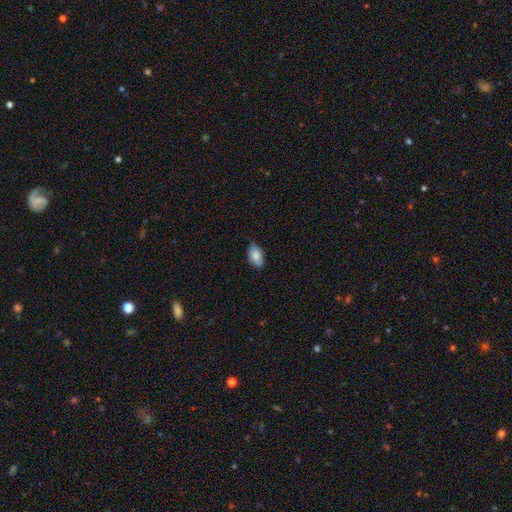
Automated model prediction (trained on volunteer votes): smooth_or_featured: smooth (p=0.83) [alt: featured or disk p=0.10]
how_rounded: in between (p=0.92) [alt: round p=0.04]
merging: none (p=0.78) [alt: minor disturbance p=0.18]